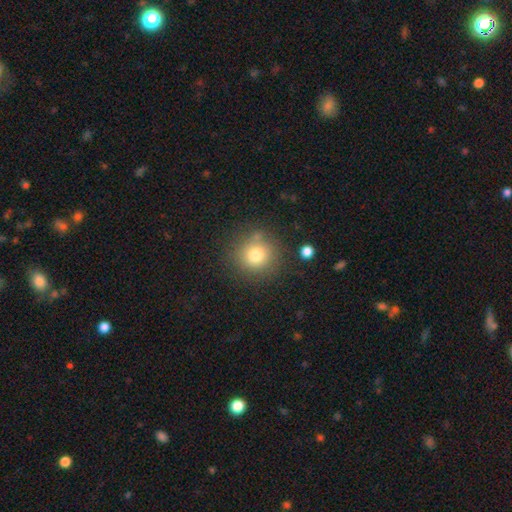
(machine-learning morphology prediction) Smooth or featured?
  - smooth: 73% *
  - star or artifact: 18%
  - featured or disk: 9%
How rounded?
  - round: 94% *
  - in between: 5%
  - cigar-shaped: 1%
Merging?
  - none: 85% *
  - minor disturbance: 9%
  - merger: 4%
  - major disturbance: 3%